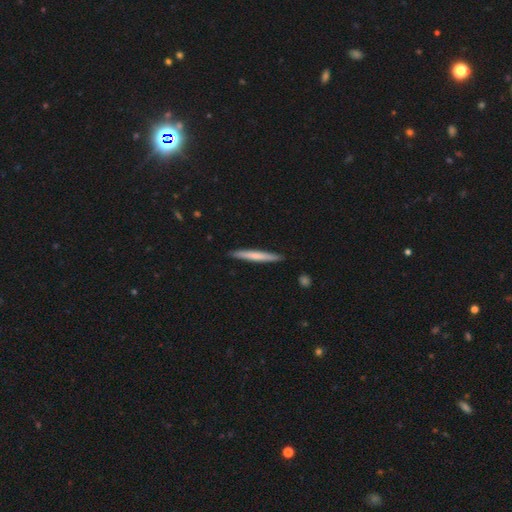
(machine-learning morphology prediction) A smooth galaxy with no disk features (63%) that is cigar-shaped (96%).

Vote fractions:
- Smooth or featured? smooth: 63% / featured or disk: 32% / star or artifact: 5%
- How rounded? cigar-shaped: 96% / in between: 2% / round: 1%
- Merging? none: 91% / minor disturbance: 6% / major disturbance: 1% / merger: 1%